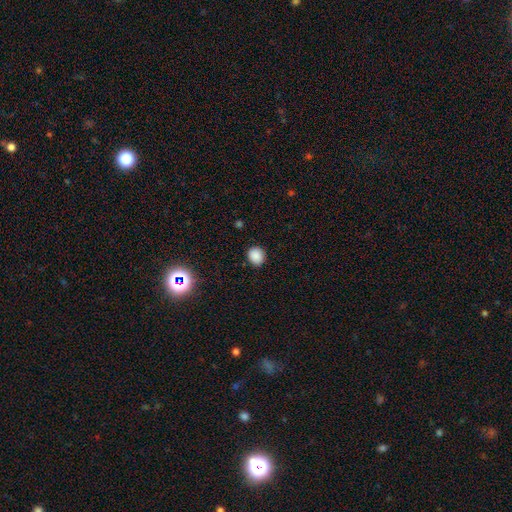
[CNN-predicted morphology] A smooth galaxy with no disk features (86%) that is round (78%). Merging: none (89%).